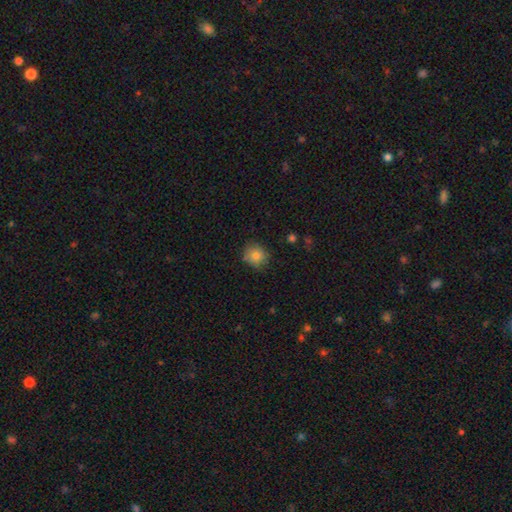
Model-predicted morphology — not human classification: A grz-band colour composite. It shows a smooth galaxy with no disk features (82%) that is round (82%). Merging: none (79%).